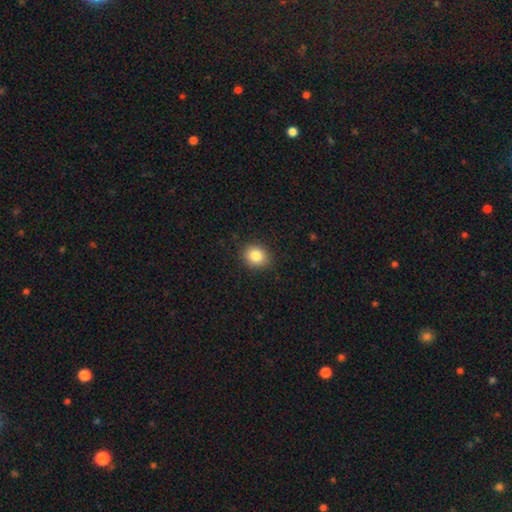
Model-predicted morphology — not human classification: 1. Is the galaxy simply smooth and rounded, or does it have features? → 85% smooth, 10% star or artifact, 6% featured or disk.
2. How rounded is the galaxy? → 66% round, 33% in between, 1% cigar-shaped.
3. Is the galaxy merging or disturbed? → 88% none, 8% minor disturbance, 2% major disturbance, 1% merger.